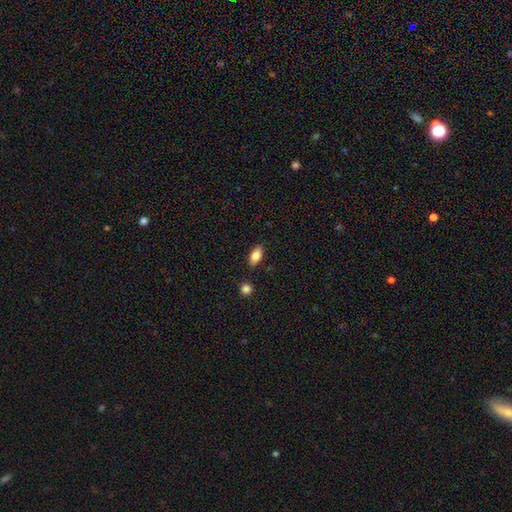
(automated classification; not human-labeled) A smooth galaxy with no disk features (82%) that is in between round and cigar-shaped (88%). Merging: none (86%).